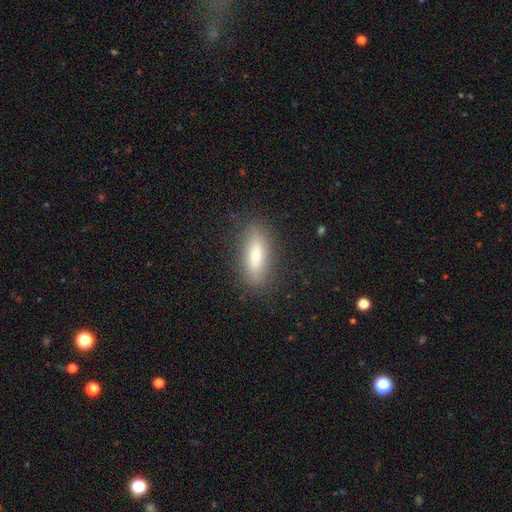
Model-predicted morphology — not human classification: smooth 76%, featured or disk 16%, star or artifact 7%. Down the decision tree: how rounded — in between (56%); merging — none (85%).